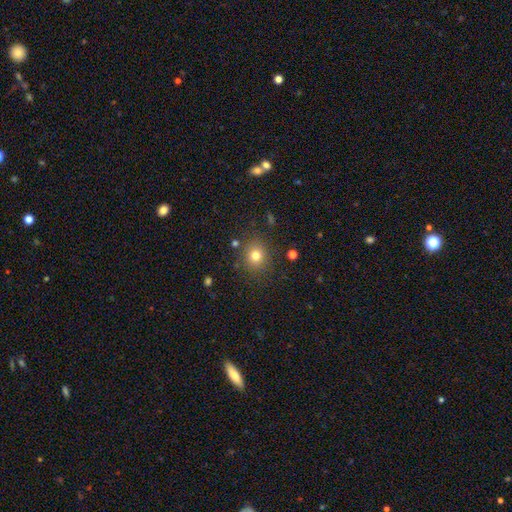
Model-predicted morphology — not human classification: smooth 77%, star or artifact 15%, featured or disk 8%. Down the decision tree: how rounded — round (82%); merging — none (85%).